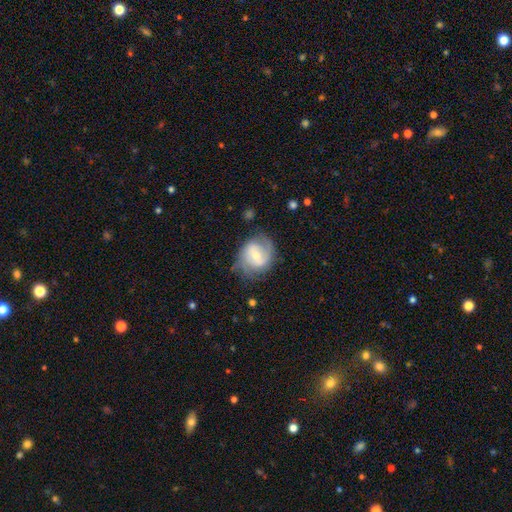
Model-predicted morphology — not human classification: A featured or disk galaxy (66%) with a weak bar (51%), 2 (70%) medium (45%) spiral arms (86%) and a small central bulge (48%). Merging: none (63%).